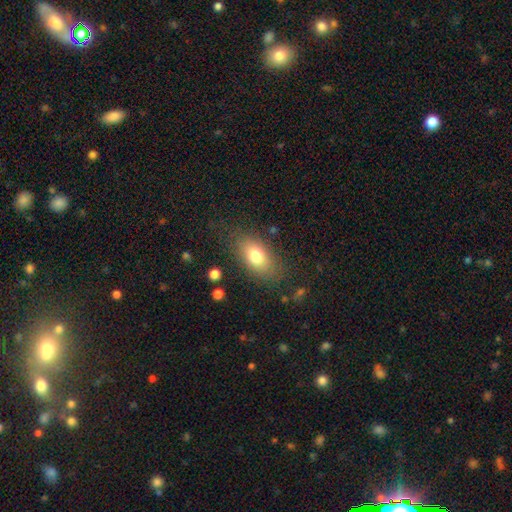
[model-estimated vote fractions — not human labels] A smooth galaxy with no disk features (75%) that is in between round and cigar-shaped (86%).

Vote fractions:
- Smooth or featured? smooth: 75% / featured or disk: 16% / star or artifact: 9%
- How rounded? in between: 86% / round: 9% / cigar-shaped: 4%
- Merging? none: 78% / minor disturbance: 14% / major disturbance: 6% / merger: 2%